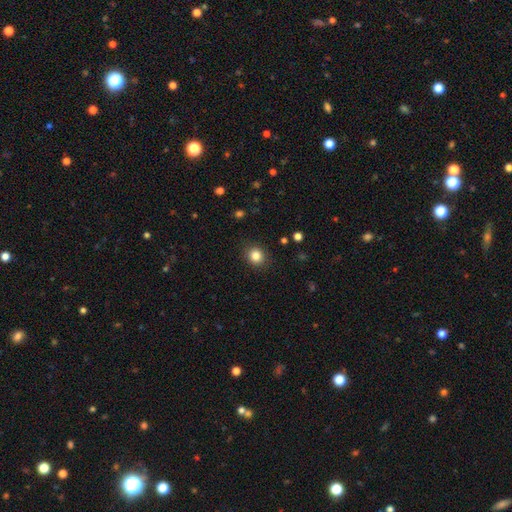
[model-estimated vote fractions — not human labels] smooth 84%, star or artifact 11%, featured or disk 5%. Down the decision tree: how rounded — round (80%); merging — none (89%).